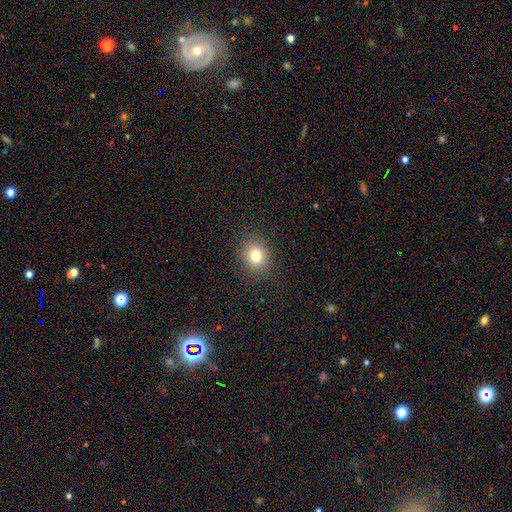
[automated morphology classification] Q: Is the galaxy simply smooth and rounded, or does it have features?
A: smooth — 78%.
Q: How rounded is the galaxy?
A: round — 70%.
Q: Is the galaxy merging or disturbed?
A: none — 89%.